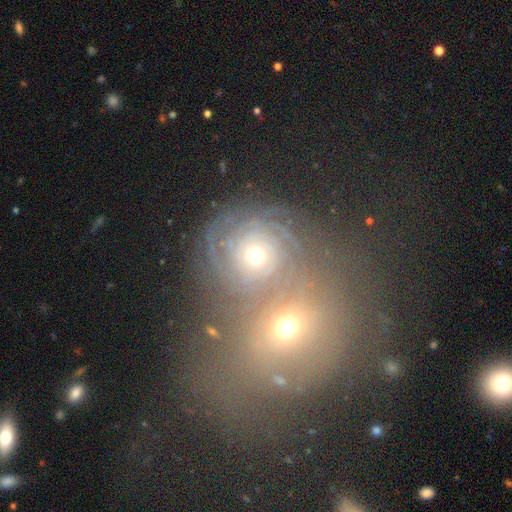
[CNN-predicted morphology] Smooth or featured: featured or disk — 75% (smooth — 14%)
Edge-on disk: no — 97% (yes — 3%)
Bar: no — 82% (weak — 13%)
Spiral arms: yes — 93% (no — 7%)
Spiral winding: tight — 81% (medium — 16%)
Spiral arm count: can't tell — 29% (more than 4 — 19%)
Bulge size: small — 46% (tied with moderate — 46%)
Merging: merger — 52% (none — 35%)